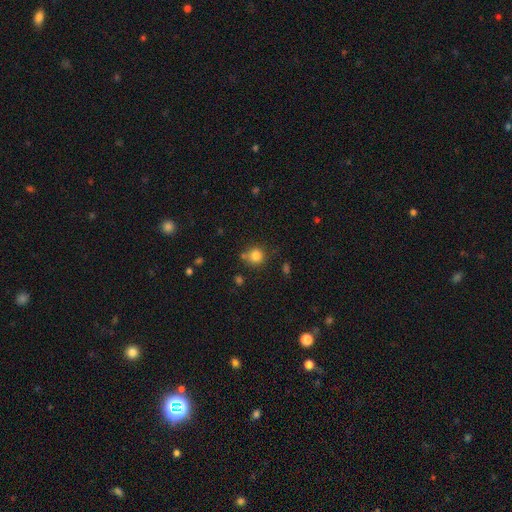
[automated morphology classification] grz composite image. It shows a smooth galaxy with no disk features (82%) that is round (86%). Merging: none (67%).